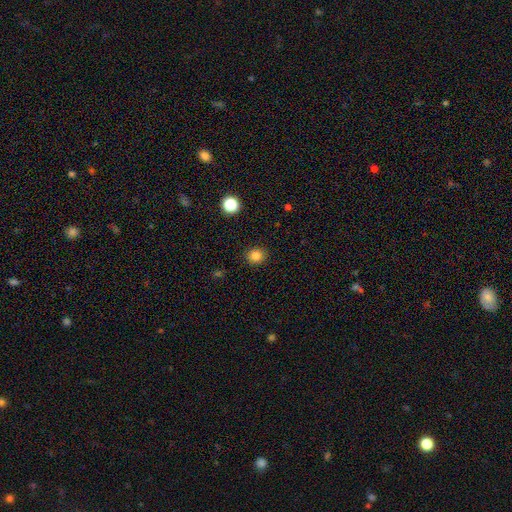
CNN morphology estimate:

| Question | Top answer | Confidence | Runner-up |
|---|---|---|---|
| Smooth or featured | smooth | 83% | star or artifact (12%) |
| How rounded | round | 81% | in between (18%) |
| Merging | none | 90% | minor disturbance (6%) |